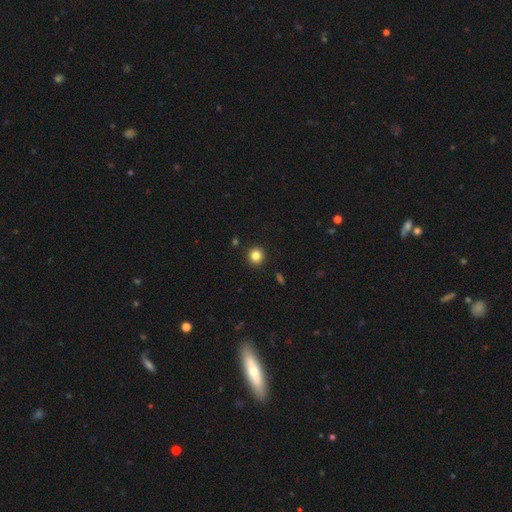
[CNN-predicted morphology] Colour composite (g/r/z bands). It shows a smooth galaxy with no disk features (82%) that is round (94%). Merging: none (93%).